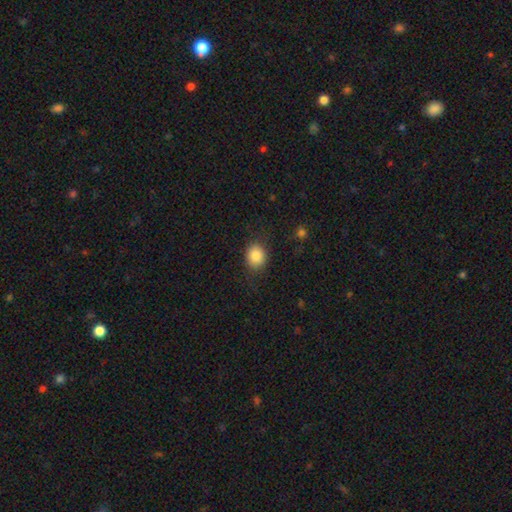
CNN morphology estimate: smooth 85%, star or artifact 9%, featured or disk 6%. Down the decision tree: how rounded — round (60%); merging — none (79%).